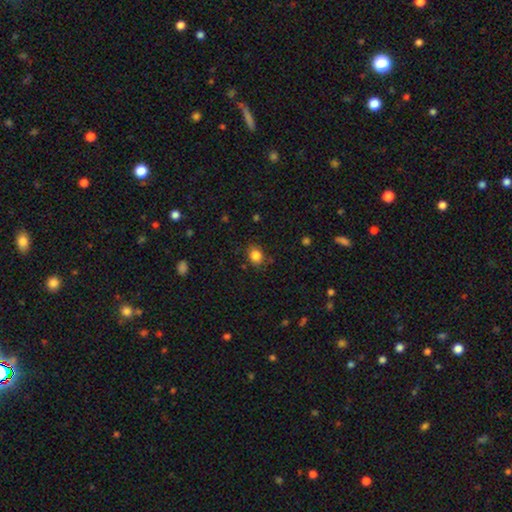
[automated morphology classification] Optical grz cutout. It shows a smooth galaxy with no disk features (84%) that is round (56%). Merging: none (80%).